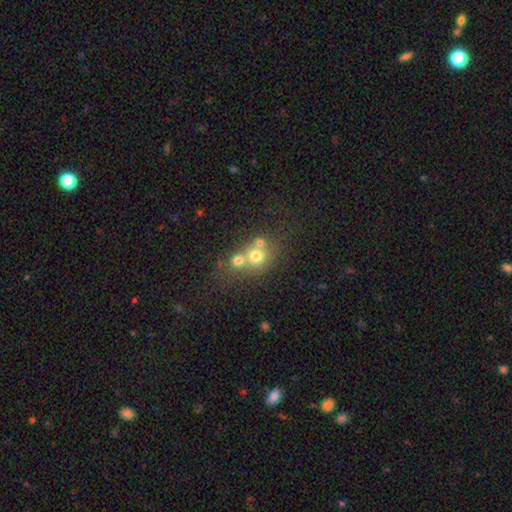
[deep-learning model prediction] smooth 67%, featured or disk 18%, star or artifact 15%. Down the decision tree: how rounded — round (80%); merging — merger (55%).